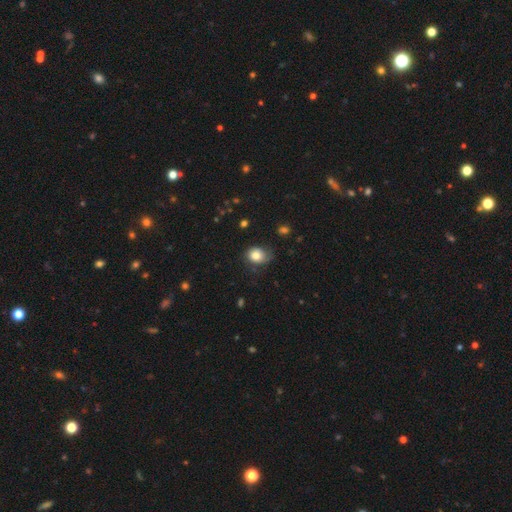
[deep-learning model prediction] Overall: smooth (79%). How rounded: in between (51%; round 48%). Merging: none (58%; minor disturbance 30%).